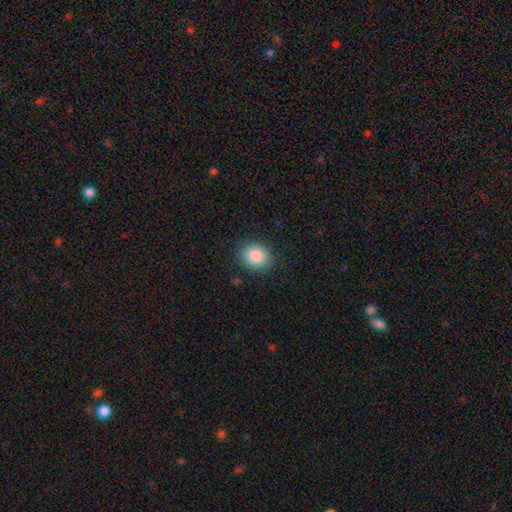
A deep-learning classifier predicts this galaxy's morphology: Q: Smooth or featured?
A: smooth (88%); runner-up: star or artifact (8%)
Q: How rounded?
A: round (61%); runner-up: in between (38%)
Q: Merging?
A: none (86%); runner-up: minor disturbance (10%)